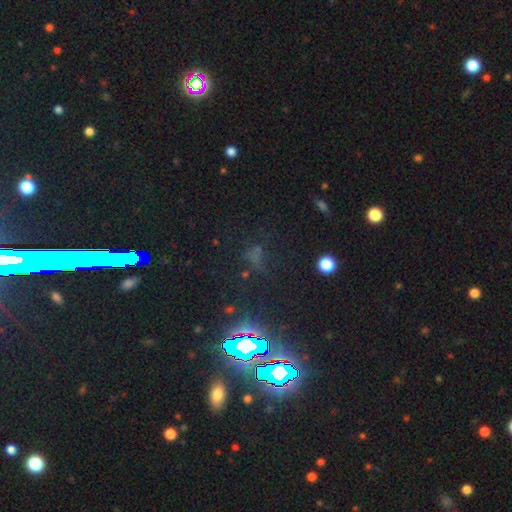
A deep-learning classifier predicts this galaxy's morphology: Smooth or featured?
  - star or artifact: 63% *
  - smooth: 25%
  - featured or disk: 12%